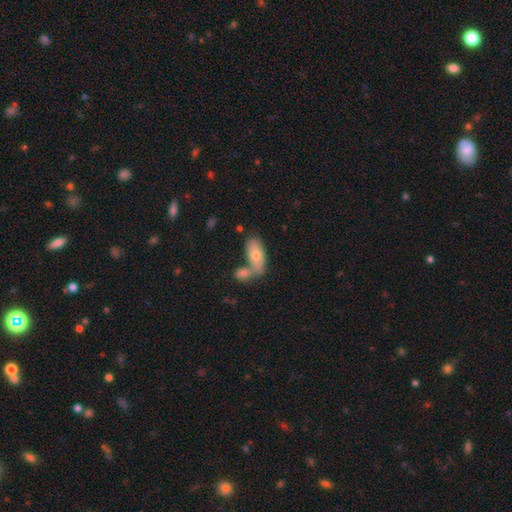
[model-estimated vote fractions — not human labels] This is likely a smooth galaxy (73%). How rounded: clearly in between (89%). Merging: marginally merger (44%).